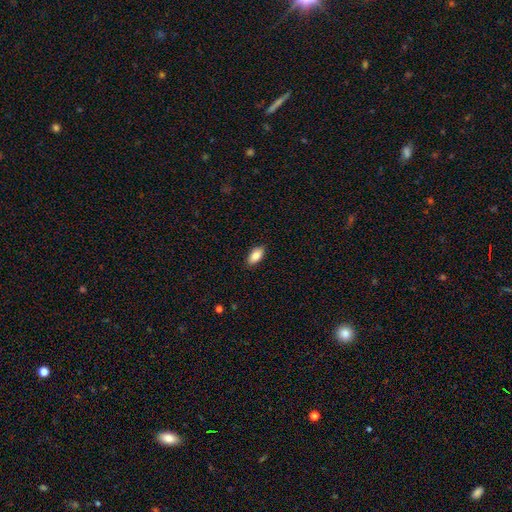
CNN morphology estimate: Smooth or featured? smooth (85%)
How rounded? in between (92%)
Merging? none (89%)